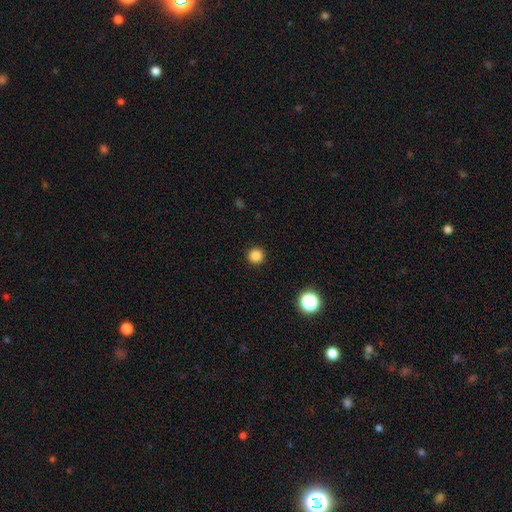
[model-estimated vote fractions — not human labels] Smooth or featured?
  - smooth: 85% *
  - star or artifact: 12%
  - featured or disk: 3%
How rounded?
  - round: 96% *
  - in between: 3%
  - cigar-shaped: 1%
Merging?
  - none: 93% *
  - minor disturbance: 4%
  - major disturbance: 2%
  - merger: 1%